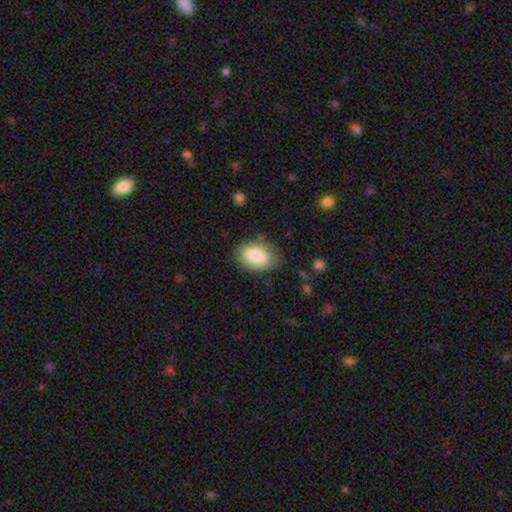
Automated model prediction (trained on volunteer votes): The model was most divided on "merging": none: 74%, minor disturbance: 19%, major disturbance: 6%, merger: 2%. More confident: how rounded — in between (86%); smooth or featured — smooth (83%).